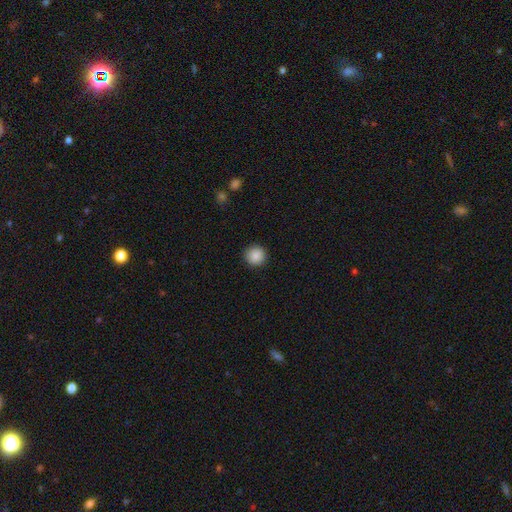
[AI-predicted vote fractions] Smooth or featured? smooth (88%)
How rounded? round (94%)
Merging? none (92%)